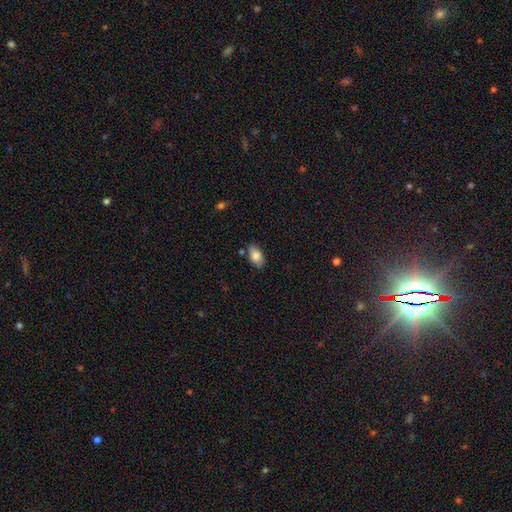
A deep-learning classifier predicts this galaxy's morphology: A smooth galaxy with no disk features (82%) that is in between round and cigar-shaped (93%).

Vote fractions:
- Smooth or featured? smooth: 82% / featured or disk: 11% / star or artifact: 7%
- How rounded? in between: 93% / round: 4% / cigar-shaped: 3%
- Merging? none: 81% / minor disturbance: 13% / merger: 3% / major disturbance: 2%